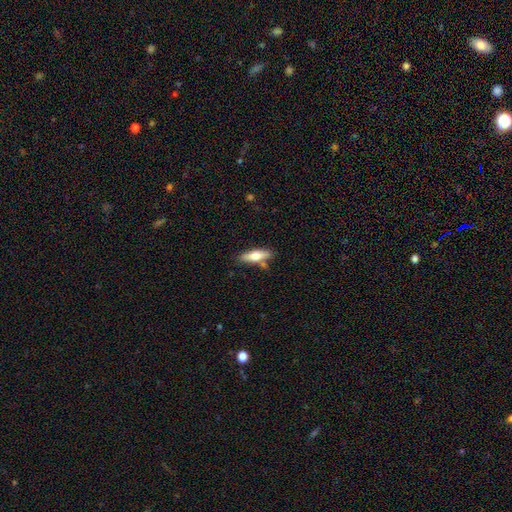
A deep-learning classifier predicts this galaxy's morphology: type=smooth (61%); roundness=cigar-shaped (51%); merging=none (73%).